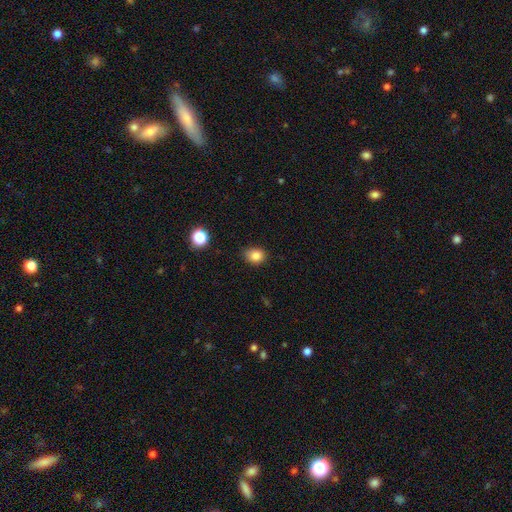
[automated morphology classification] This appears to be a smooth galaxy with no disk features (84%) that is round (50%). Merging: none (78%).